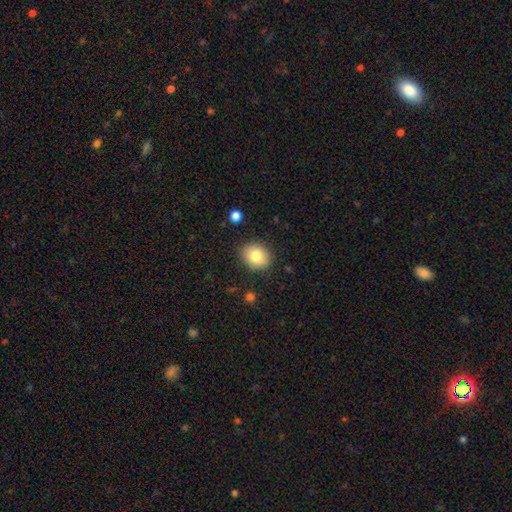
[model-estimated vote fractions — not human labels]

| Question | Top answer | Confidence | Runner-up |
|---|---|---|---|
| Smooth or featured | smooth | 80% | featured or disk (11%) |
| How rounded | round | 58% | in between (41%) |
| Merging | none | 86% | minor disturbance (10%) |